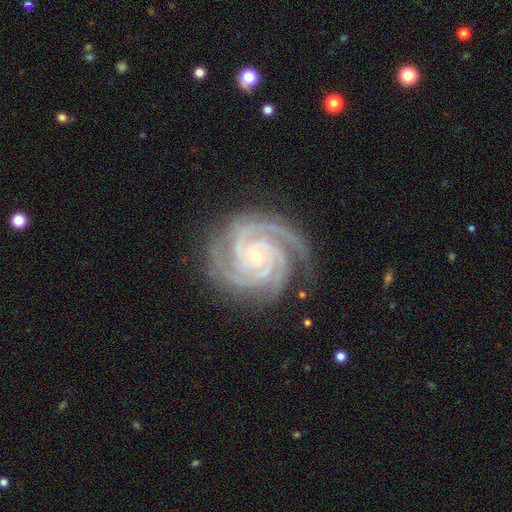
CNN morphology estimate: type=featured or disk (93%); edge-on=no (98%); bar=no (70%); spiral arms=yes (99%); winding=tight (78%); arm count=3 (43%); bulge=small (77%); merging=none (81%).